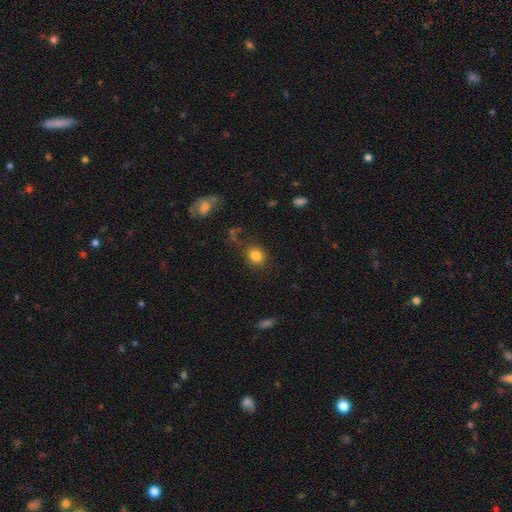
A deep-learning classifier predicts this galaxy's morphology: Smooth or featured: smooth — 82% (star or artifact — 11%)
How rounded: round — 71% (in between — 28%)
Merging: none — 80% (minor disturbance — 12%)